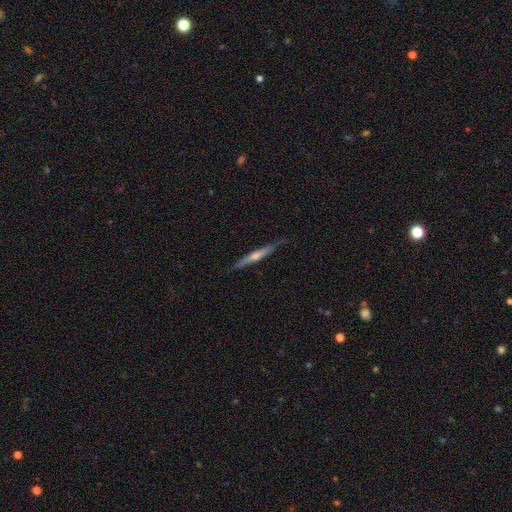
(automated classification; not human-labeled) Morphology: type=featured or disk (73%); edge-on=yes (97%); edge-on bulge=rounded (76%); merging=none (86%).